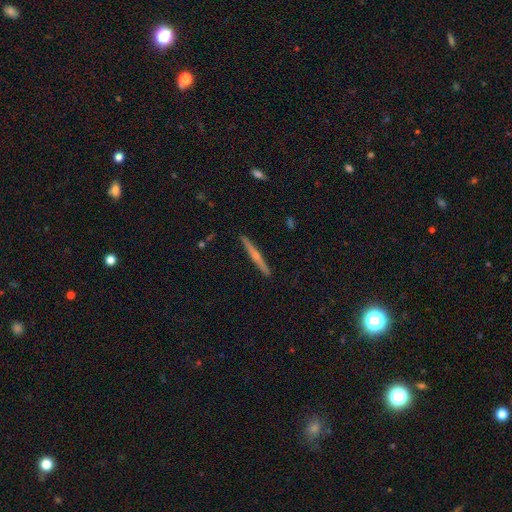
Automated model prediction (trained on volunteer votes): smooth_or_featured: featured or disk (p=0.68) [alt: smooth p=0.26]
disk_edge_on: yes (p=0.98) [alt: no p=0.02]
edge_on_bulge: rounded (p=0.73) [alt: none p=0.22]
merging: none (p=0.92) [alt: minor disturbance p=0.06]